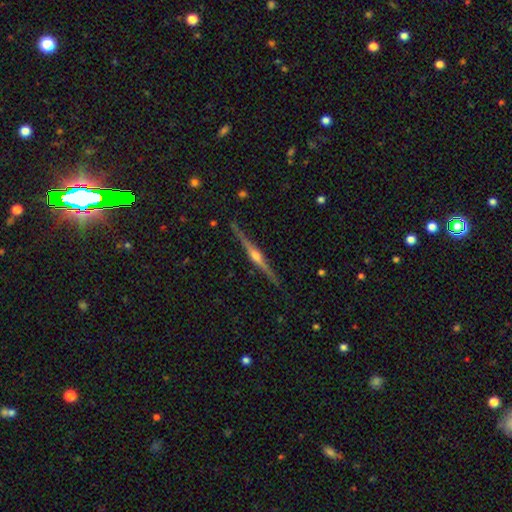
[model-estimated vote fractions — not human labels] A featured or disk galaxy (85%) viewed edge-on (98%) with a rounded central bulge (92%). Merging: none (90%).